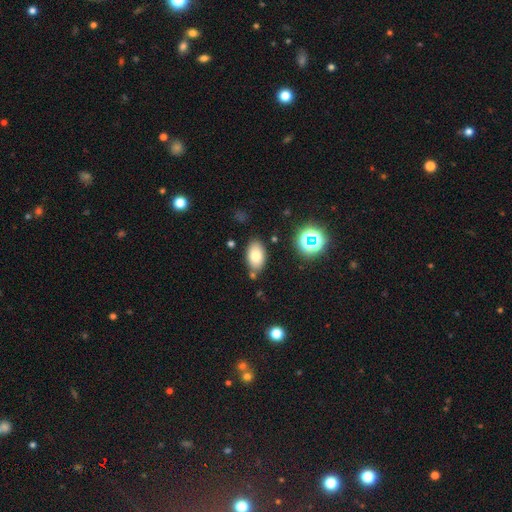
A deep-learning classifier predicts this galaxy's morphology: The model was most divided on "smooth or featured": smooth: 76%, featured or disk: 13%, star or artifact: 11%. More confident: how rounded — in between (91%); merging — none (79%).